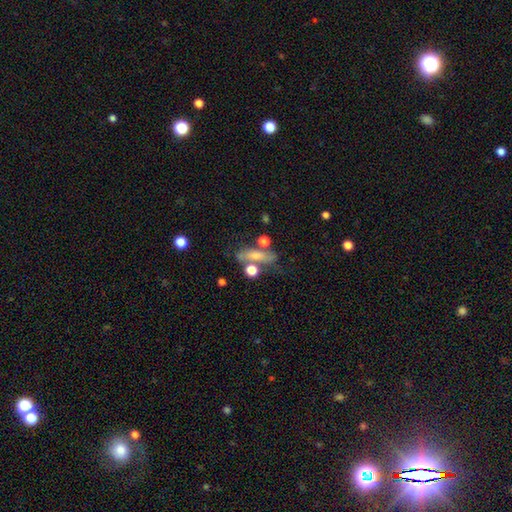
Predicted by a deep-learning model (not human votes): Smooth or featured? smooth (56%)
How rounded? cigar-shaped (46%)
Merging? none (52%)